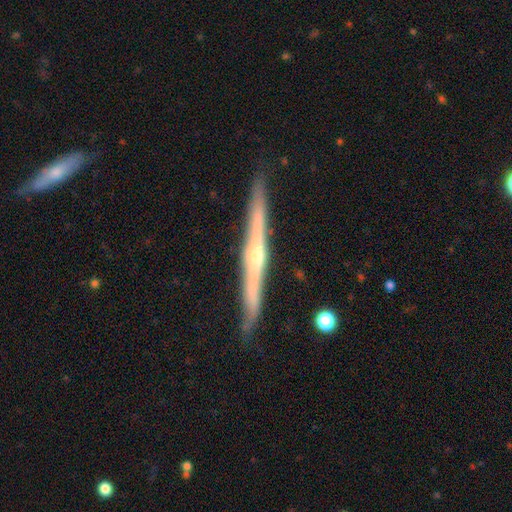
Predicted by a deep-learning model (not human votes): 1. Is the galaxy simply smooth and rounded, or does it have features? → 79% featured or disk, 16% smooth, 5% star or artifact.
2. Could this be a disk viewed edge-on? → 98% yes, 2% no.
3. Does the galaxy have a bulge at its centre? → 69% rounded, 25% none, 6% boxy.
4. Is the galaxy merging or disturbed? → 89% none, 8% minor disturbance, 1% major disturbance, 1% merger.